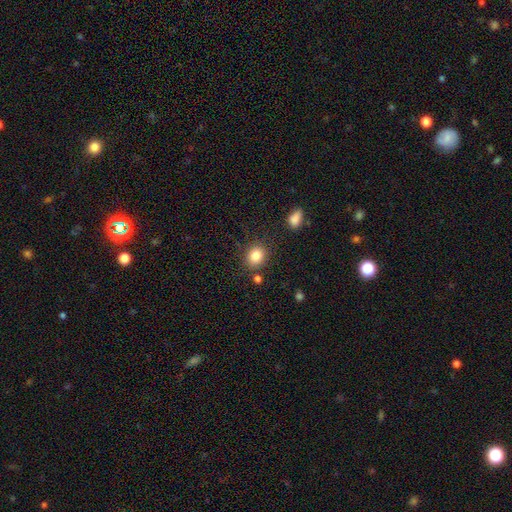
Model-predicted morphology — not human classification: Overall: smooth (84%). How rounded: round (68%; in between 31%). Merging: none (82%).